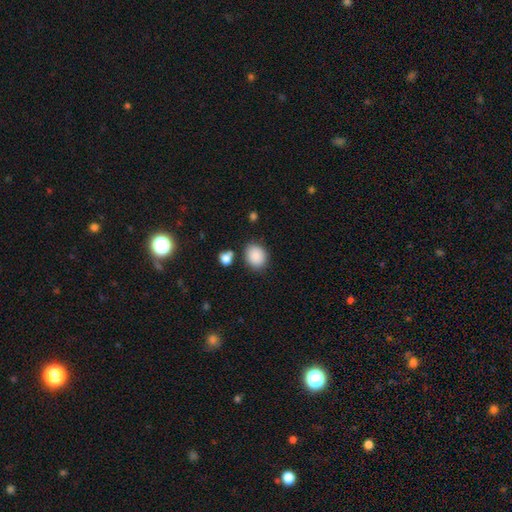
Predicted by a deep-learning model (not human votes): smooth_or_featured: smooth (p=0.88) [alt: star or artifact p=0.08]
how_rounded: round (p=0.51) [alt: in between p=0.48]
merging: none (p=0.80) [alt: minor disturbance p=0.11]